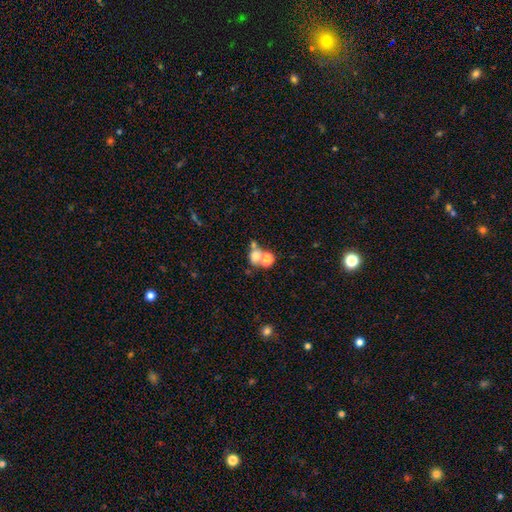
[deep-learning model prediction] A smooth galaxy with no disk features (66%) that is round (50%). Merging: merger (50%).